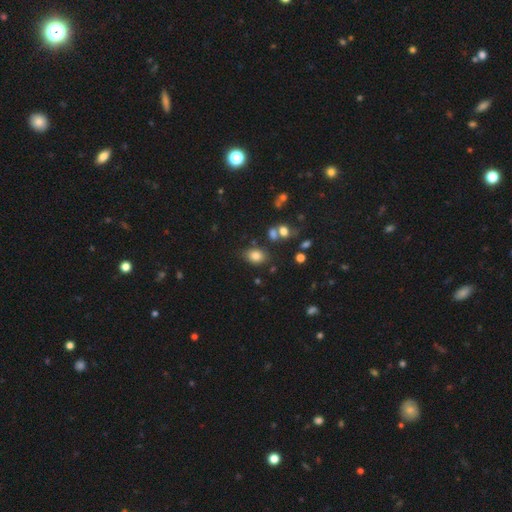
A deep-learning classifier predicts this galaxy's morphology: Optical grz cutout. It shows a smooth galaxy with no disk features (81%) that is in between round and cigar-shaped (70%). Merging: none (75%).